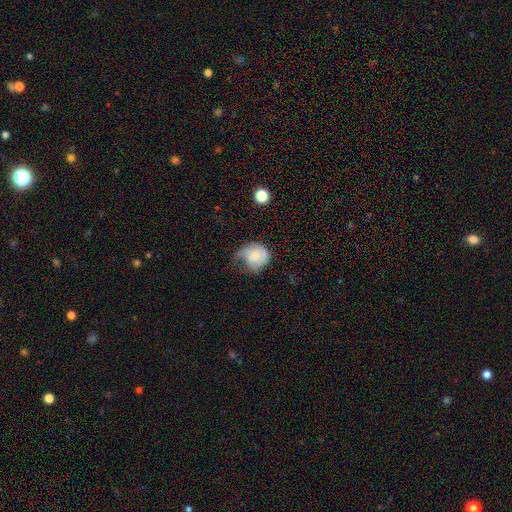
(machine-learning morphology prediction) This is likely a smooth galaxy (63%). How rounded: likely round (70%). Merging: marginally minor disturbance (36%, tied with major disturbance).